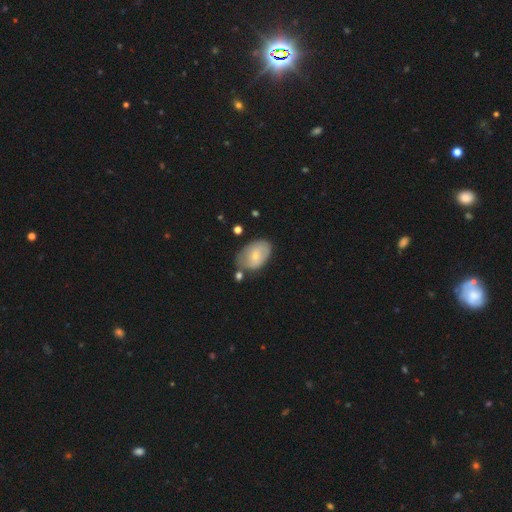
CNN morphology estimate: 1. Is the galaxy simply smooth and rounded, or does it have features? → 52% smooth, 41% featured or disk, 6% star or artifact.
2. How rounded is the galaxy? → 85% in between, 14% round, 1% cigar-shaped.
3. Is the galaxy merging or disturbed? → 60% none, 25% minor disturbance, 8% merger, 7% major disturbance.